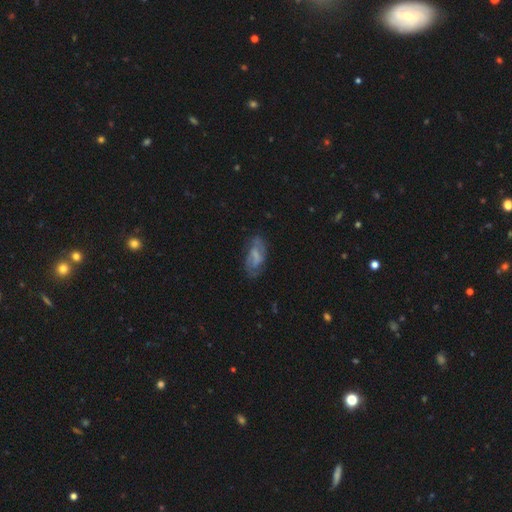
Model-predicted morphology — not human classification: This is possibly a featured or disk galaxy (58%). It is clearly not viewed edge-on (92%). Bar: marginally weak (44%). Spiral arm pattern: likely yes (71%). Central bulge: possibly none (47%). Merging: likely none (62%).